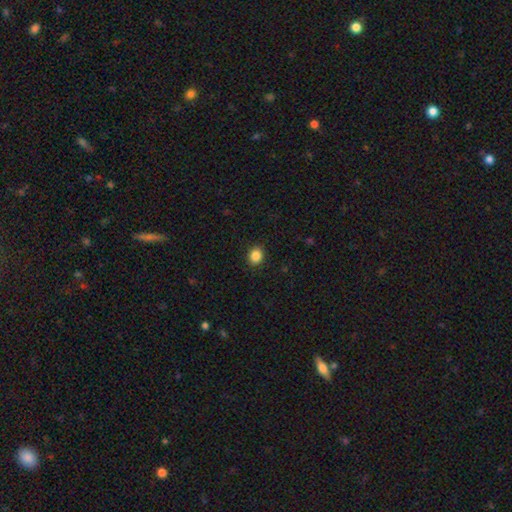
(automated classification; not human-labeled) A smooth galaxy with no disk features (86%) that is round (65%).

Vote fractions:
- Smooth or featured? smooth: 86% / star or artifact: 10% / featured or disk: 4%
- How rounded? round: 65% / in between: 34% / cigar-shaped: 1%
- Merging? none: 90% / minor disturbance: 7% / major disturbance: 2% / merger: 1%